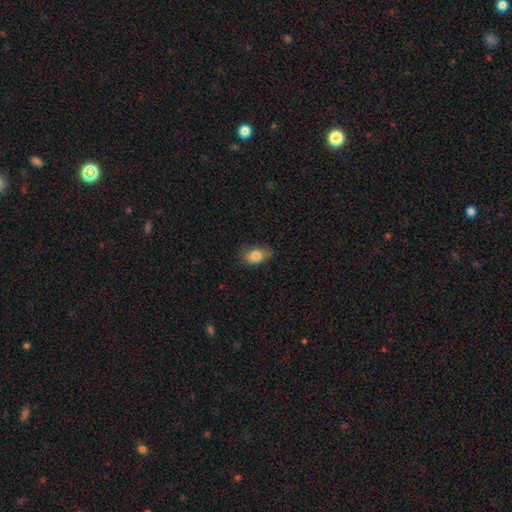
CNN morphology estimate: The model was most divided on "merging": none: 72%, minor disturbance: 21%, major disturbance: 5%, merger: 1%. More confident: how rounded — in between (88%); smooth or featured — smooth (84%).